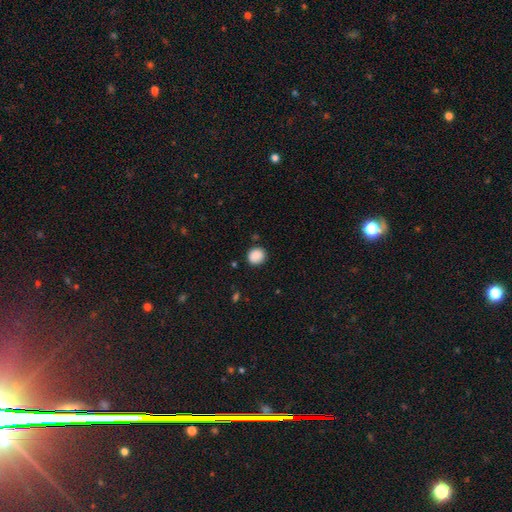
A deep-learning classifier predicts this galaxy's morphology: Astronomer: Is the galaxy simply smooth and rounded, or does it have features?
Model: smooth — 89%.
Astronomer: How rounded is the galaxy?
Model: round — 83%.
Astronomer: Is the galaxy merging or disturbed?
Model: none — 87%.